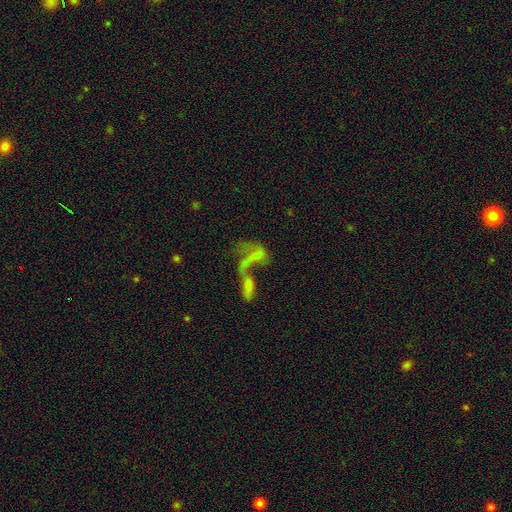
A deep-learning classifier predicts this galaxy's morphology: A smooth galaxy with no disk features (44%). Merging: merger (67%).